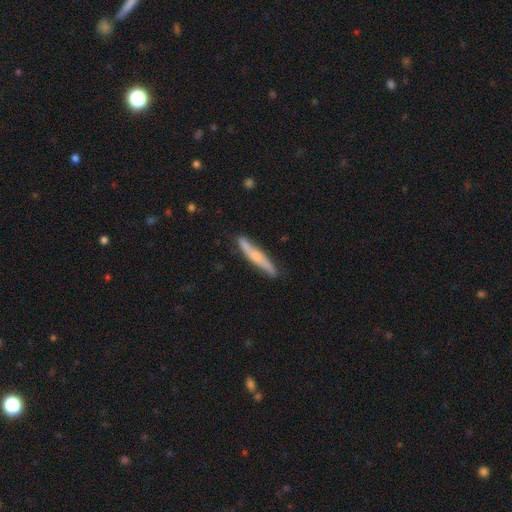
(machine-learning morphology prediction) The model was most divided on "smooth or featured": featured or disk: 60%, smooth: 35%, star or artifact: 5%. More confident: edge-on disk — yes (83%); merging — none (82%).